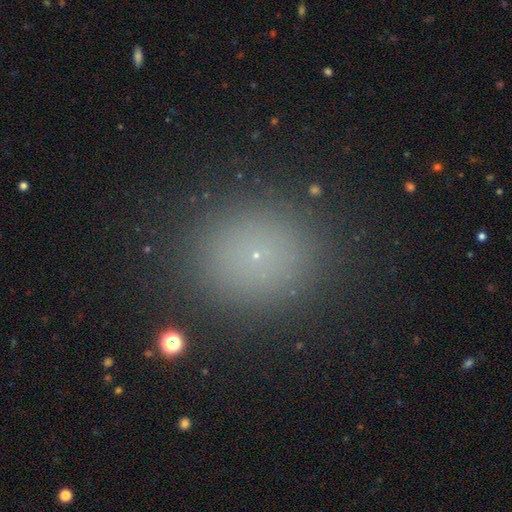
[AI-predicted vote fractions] smooth_or_featured: smooth (p=0.68) [alt: star or artifact p=0.23]
how_rounded: round (p=0.77) [alt: in between p=0.22]
merging: none (p=0.89) [alt: minor disturbance p=0.07]